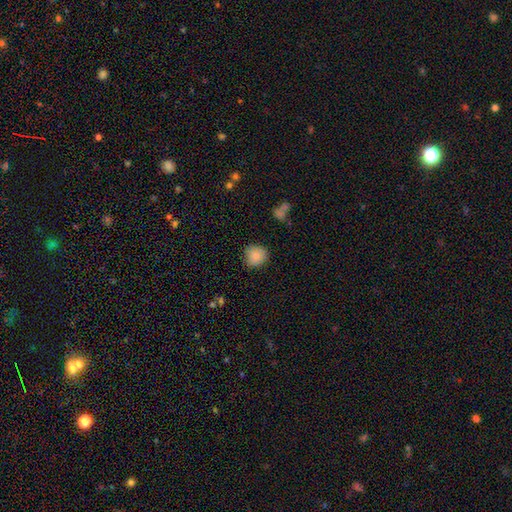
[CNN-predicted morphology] The model was most divided on "merging": none: 81%, minor disturbance: 15%, major disturbance: 3%, merger: 2%. More confident: smooth or featured — smooth (86%); how rounded — round (86%).